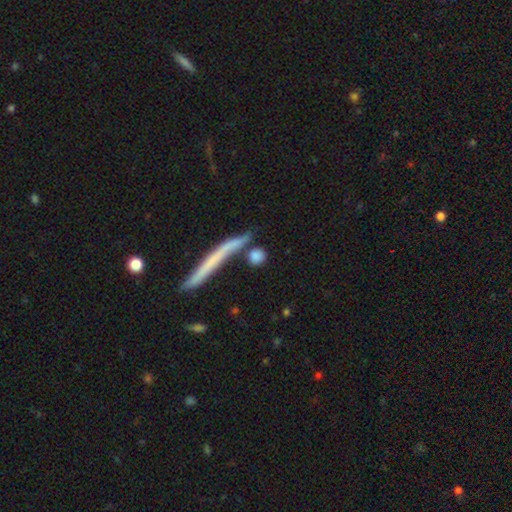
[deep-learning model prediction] Smooth or featured? Predicted: smooth (p=0.81). How rounded? Predicted: round (p=0.70). Merging? Predicted: none (p=0.68).